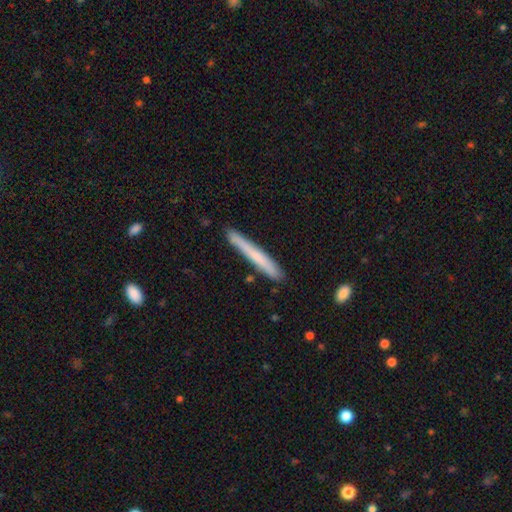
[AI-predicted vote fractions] Morphology: type=smooth (64%); roundness=cigar-shaped (97%); merging=none (85%).